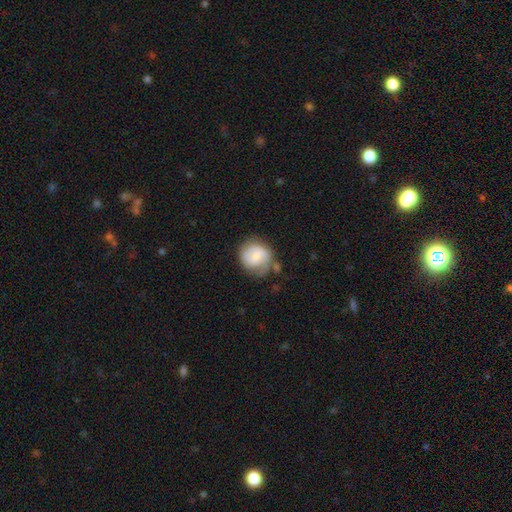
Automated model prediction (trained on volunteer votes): Smooth or featured: featured or disk — 51% (smooth — 42%)
Edge-on disk: no — 98% (yes — 2%)
Bar: weak — 50% (no — 38%)
Spiral arms: yes — 83% (no — 17%)
Bulge size: small — 46% (moderate — 36%)
Merging: none — 56% (minor disturbance — 26%)